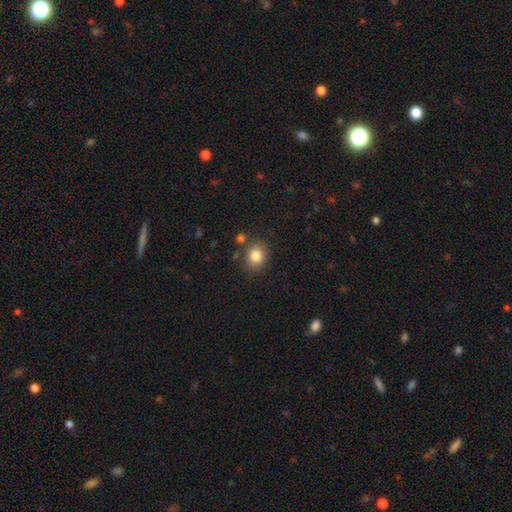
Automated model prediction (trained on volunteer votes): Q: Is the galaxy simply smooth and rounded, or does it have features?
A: smooth — 83%.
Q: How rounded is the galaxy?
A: round — 57%.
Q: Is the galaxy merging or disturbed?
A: none — 79%.